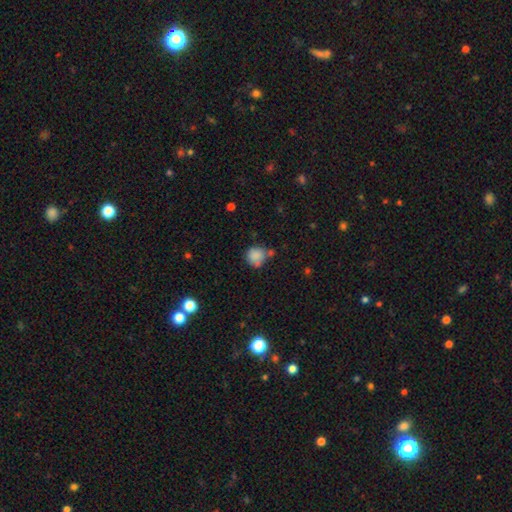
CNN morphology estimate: This appears to be a smooth galaxy with no disk features (82%) that is round (85%). Merging: none (52%).